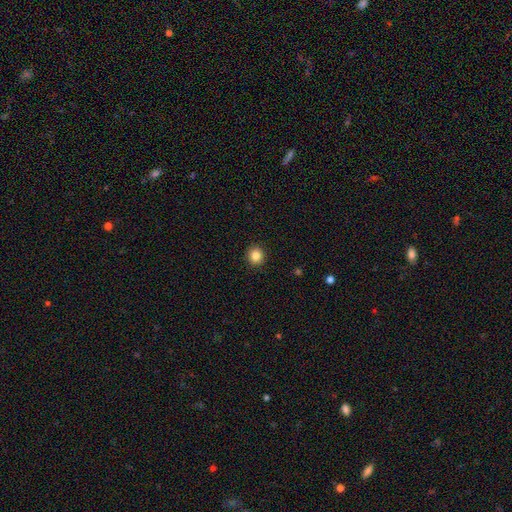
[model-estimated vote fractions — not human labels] Overall: smooth (85%). How rounded: round (91%). Merging: none (92%).